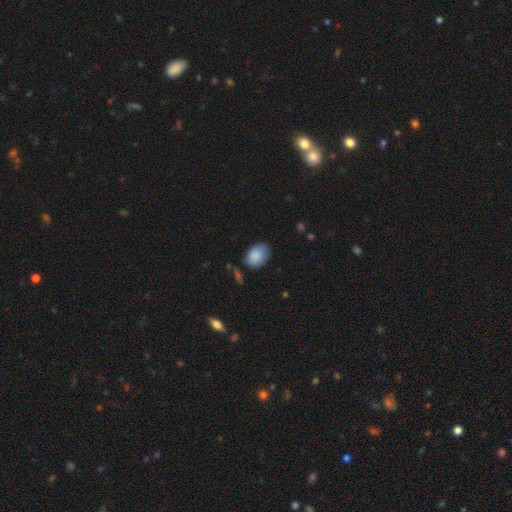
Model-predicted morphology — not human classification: smooth_or_featured: smooth (p=0.87) [alt: star or artifact p=0.07]
how_rounded: in between (p=0.72) [alt: round p=0.27]
merging: none (p=0.67) [alt: minor disturbance p=0.25]